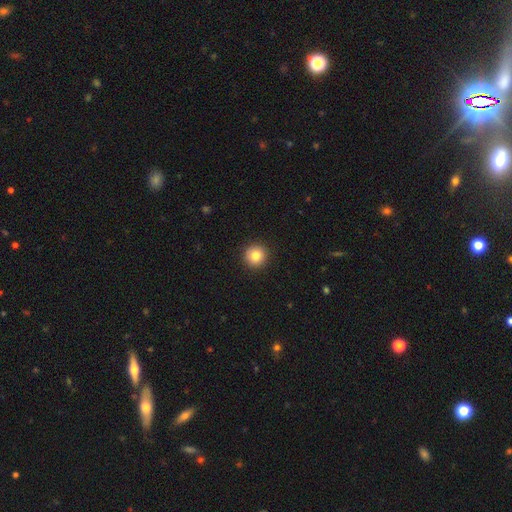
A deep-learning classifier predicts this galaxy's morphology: smooth-or-featured: smooth: 82% | star or artifact: 10% | featured or disk: 7%
  how-rounded: round: 95% | in between: 4% | cigar-shaped: 1%
  merging: none: 92% | minor disturbance: 5% | major disturbance: 2% | merger: 1%